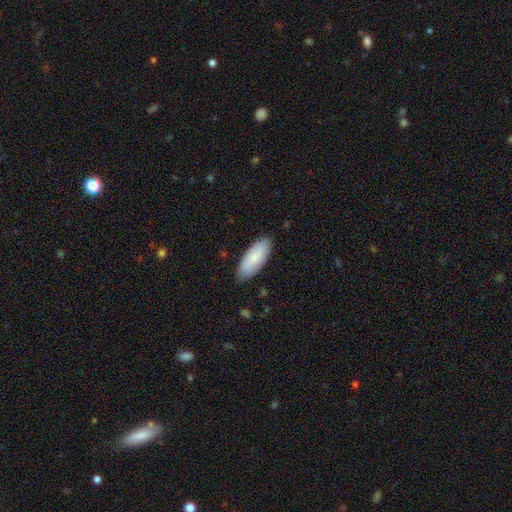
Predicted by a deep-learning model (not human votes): Overall: smooth (84%). How rounded: in between (77%). Merging: none (86%).